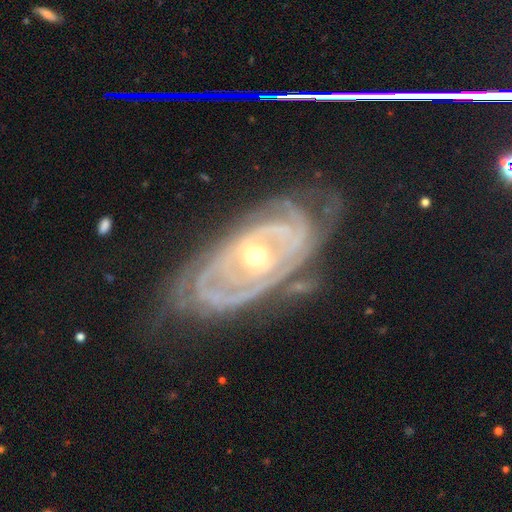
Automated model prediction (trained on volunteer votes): Overall: featured or disk (88%). Edge-on disk: no (93%). Bar: no (65%). Spiral arms: yes (93%). Spiral arm count: can't tell (34%; 2 28%). Spiral winding: tight (77%). Bulge size: moderate (58%; small 37%). Merging: none (69%).